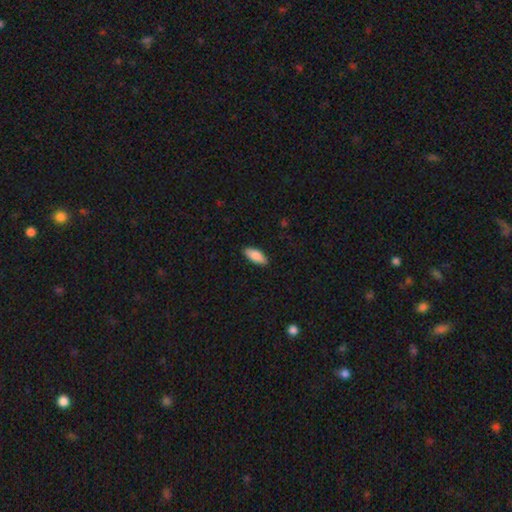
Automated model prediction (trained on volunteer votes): The model was most divided on "how rounded": in between: 81%, cigar-shaped: 17%, round: 2%. More confident: merging — none (87%); smooth or featured — smooth (84%).